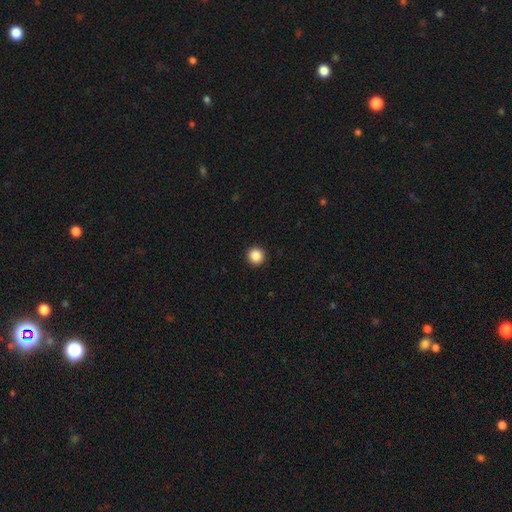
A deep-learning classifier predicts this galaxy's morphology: smooth-or-featured: smooth: 87% | star or artifact: 10% | featured or disk: 3%
  how-rounded: round: 95% | in between: 4% | cigar-shaped: 1%
  merging: none: 94% | minor disturbance: 4% | major disturbance: 1% | merger: 1%